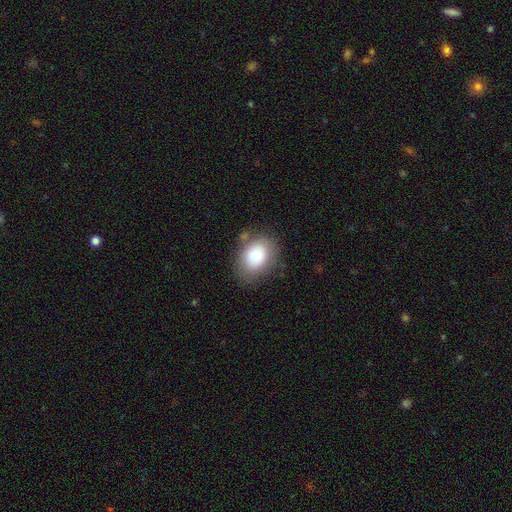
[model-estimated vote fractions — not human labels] Morphology: type=smooth (77%); roundness=in between (69%); merging=none (74%).